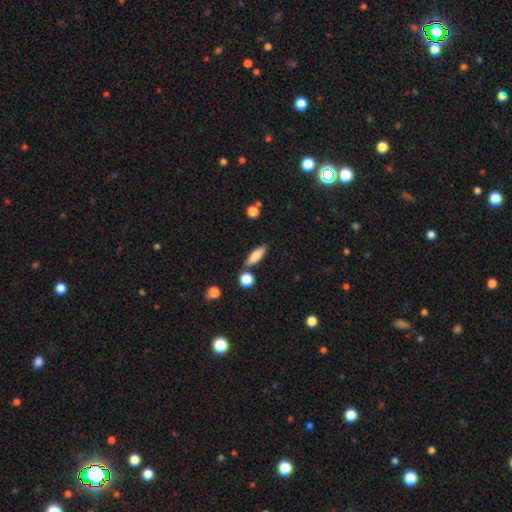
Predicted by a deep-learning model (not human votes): Overall: smooth (79%). How rounded: in between (57%; cigar-shaped 39%). Merging: none (78%).